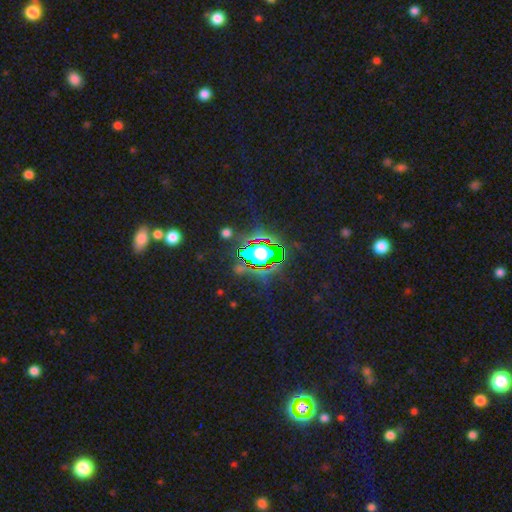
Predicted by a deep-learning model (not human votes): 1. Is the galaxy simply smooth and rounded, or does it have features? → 76% star or artifact, 14% smooth, 10% featured or disk.